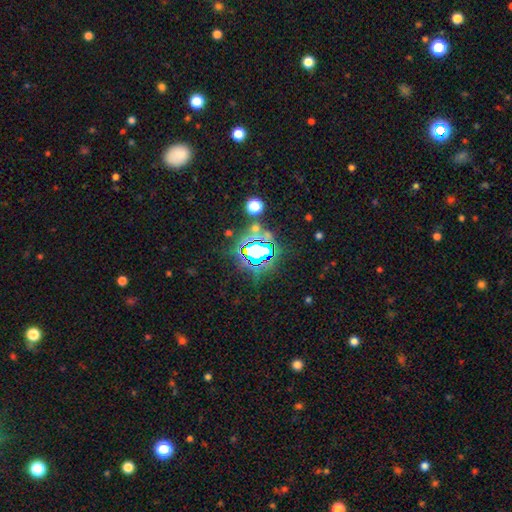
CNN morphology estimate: This is likely a star or artifact rather than a galaxy (78%).